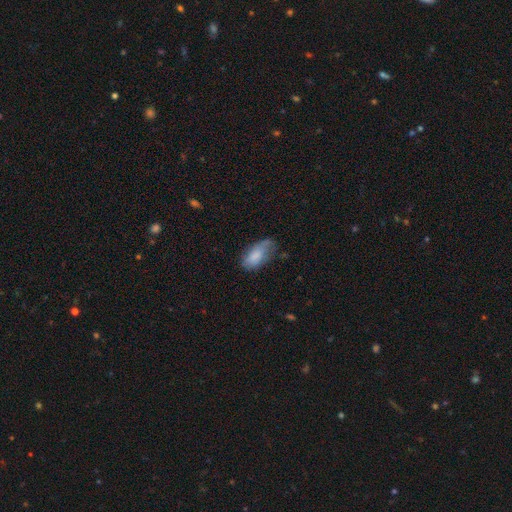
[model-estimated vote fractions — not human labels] Smooth or featured?
  - smooth: 76% *
  - featured or disk: 17%
  - star or artifact: 7%
How rounded?
  - in between: 92% *
  - cigar-shaped: 5%
  - round: 3%
Merging?
  - none: 45% *
  - minor disturbance: 37%
  - major disturbance: 15%
  - merger: 2%